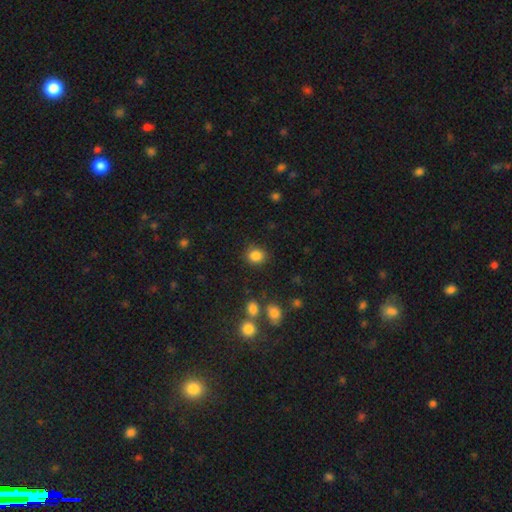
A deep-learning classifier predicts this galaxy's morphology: Q: Smooth or featured?
A: smooth (85%); runner-up: star or artifact (11%)
Q: How rounded?
A: round (75%); runner-up: in between (24%)
Q: Merging?
A: none (86%); runner-up: minor disturbance (8%)